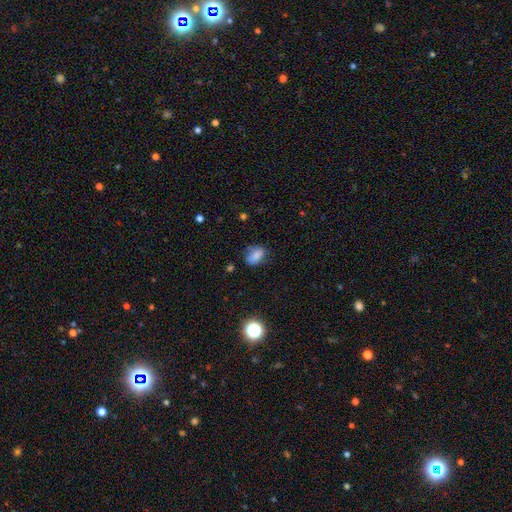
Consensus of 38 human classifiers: Volunteers were most divided on "merging": none: 42%, minor disturbance: 33%, major disturbance: 22%, merger: 3%. More confident: smooth or featured — smooth (82%); how rounded — in between (77%).